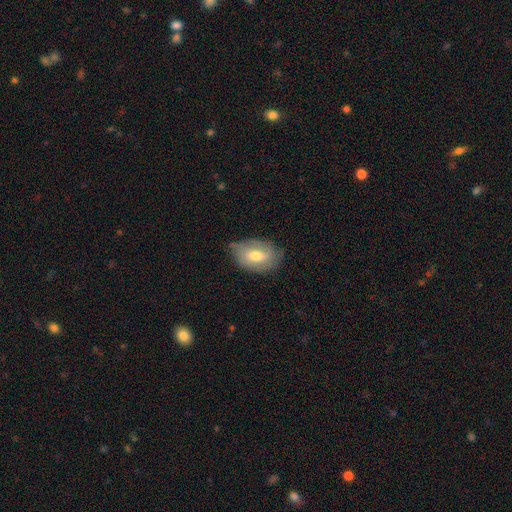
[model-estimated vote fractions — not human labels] smooth_or_featured: smooth (p=0.54) [alt: featured or disk p=0.38]
how_rounded: in between (p=0.86) [alt: round p=0.13]
merging: none (p=0.63) [alt: minor disturbance p=0.29]